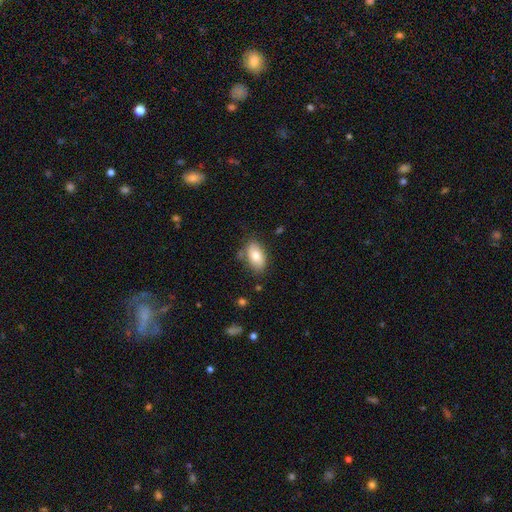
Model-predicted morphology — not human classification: A smooth galaxy with no disk features (76%) that is in between round and cigar-shaped (93%). Merging: none (76%).